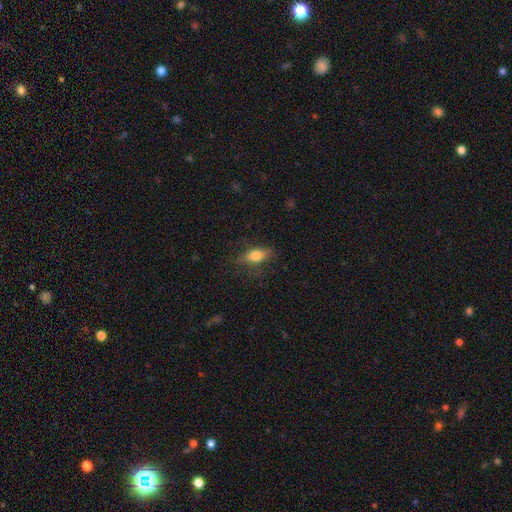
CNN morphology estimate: Smooth or featured? Predicted: smooth (p=0.73). How rounded? Predicted: in between (p=0.73). Merging? Predicted: none (p=0.74).